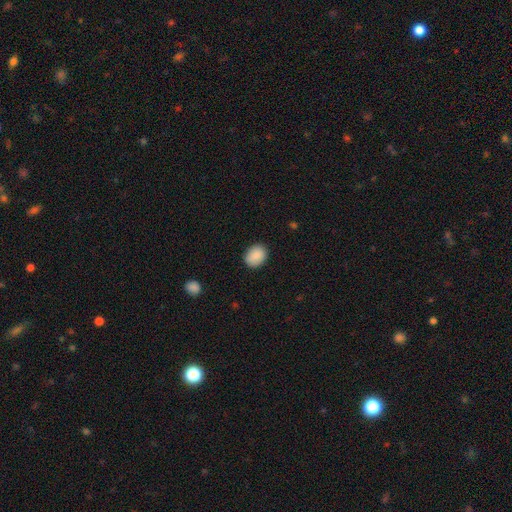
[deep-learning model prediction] Morphology: type=smooth (89%); roundness=in between (58%); merging=none (86%).